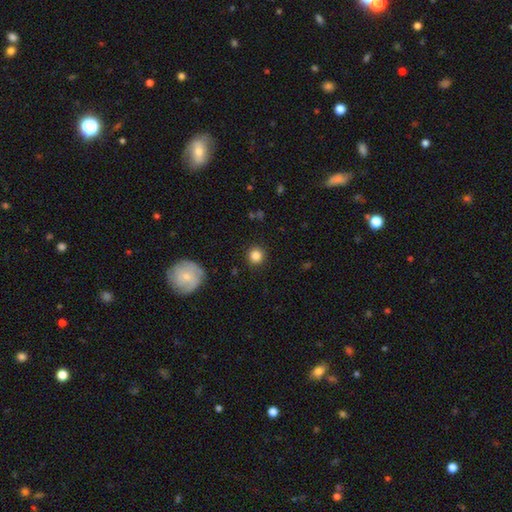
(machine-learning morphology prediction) A smooth galaxy with no disk features (84%) that is round (93%).

Vote fractions:
- Smooth or featured? smooth: 84% / star or artifact: 10% / featured or disk: 6%
- How rounded? round: 93% / in between: 6% / cigar-shaped: 1%
- Merging? none: 90% / minor disturbance: 6% / major disturbance: 2% / merger: 1%